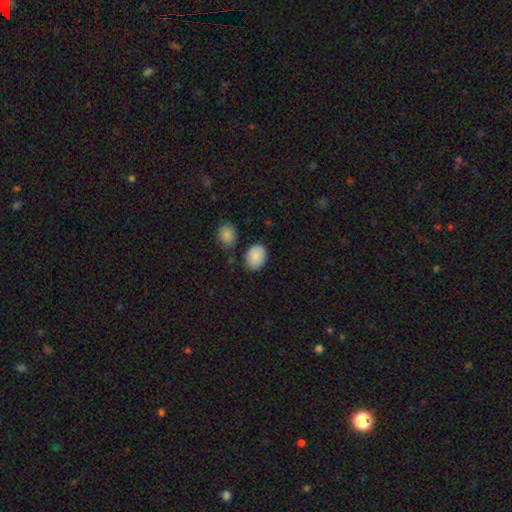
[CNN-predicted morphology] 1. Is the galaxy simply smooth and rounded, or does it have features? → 88% smooth, 7% star or artifact, 5% featured or disk.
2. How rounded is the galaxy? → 67% in between, 32% round, 1% cigar-shaped.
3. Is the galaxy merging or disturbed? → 78% none, 14% minor disturbance, 5% merger, 3% major disturbance.